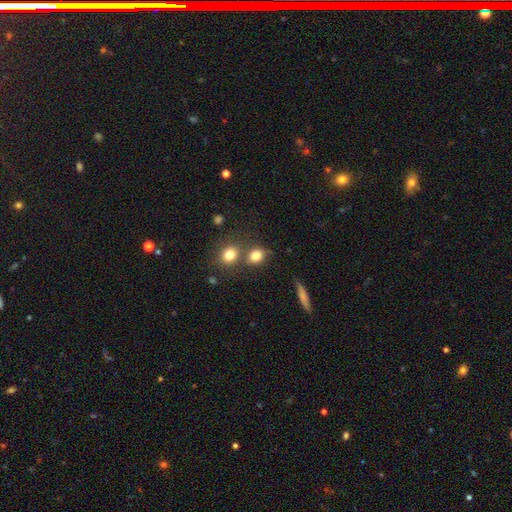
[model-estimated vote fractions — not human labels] The model was most divided on "how rounded": round: 54%, in between: 44%, cigar-shaped: 2%. More confident: smooth or featured — smooth (80%); merging — none (58%).